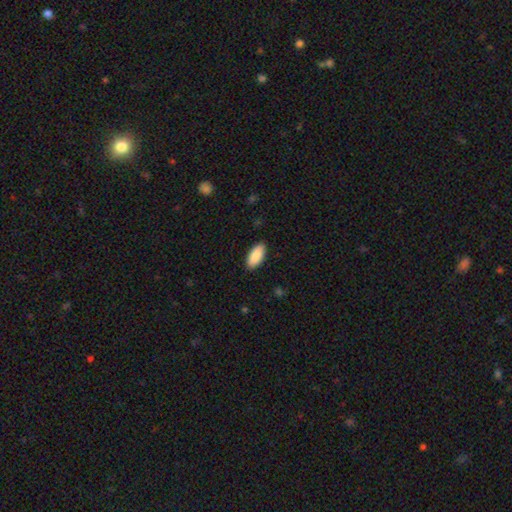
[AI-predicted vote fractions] This is clearly a smooth galaxy (90%). How rounded: clearly in between (92%). Merging: clearly none (89%).